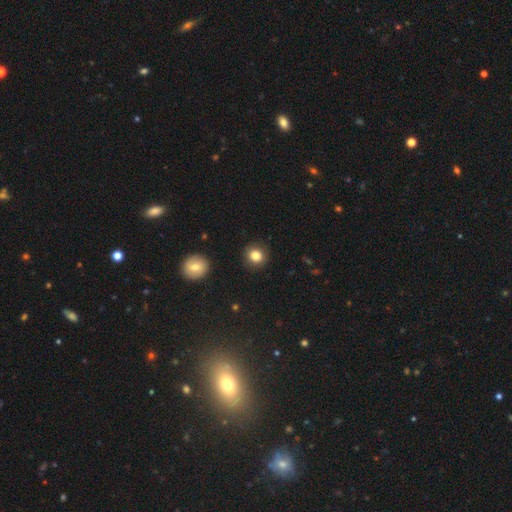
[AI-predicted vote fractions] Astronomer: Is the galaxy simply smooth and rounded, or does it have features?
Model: smooth — 83%.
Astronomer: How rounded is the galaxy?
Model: round — 89%.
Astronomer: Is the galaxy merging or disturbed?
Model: none — 90%.